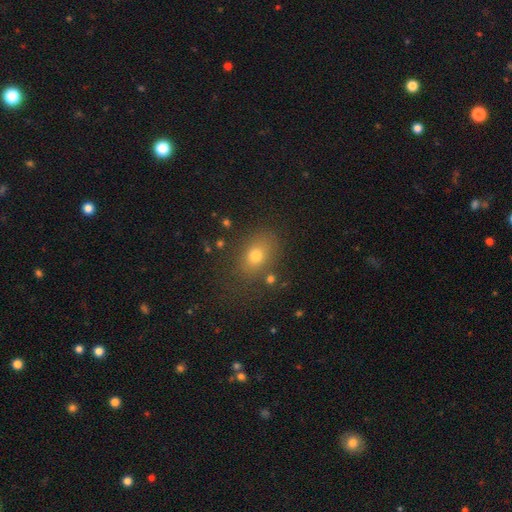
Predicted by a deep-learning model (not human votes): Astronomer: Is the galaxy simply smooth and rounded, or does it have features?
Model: smooth — 71%.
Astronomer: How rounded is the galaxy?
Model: in between — 65%.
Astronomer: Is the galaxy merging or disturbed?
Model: none — 77%.